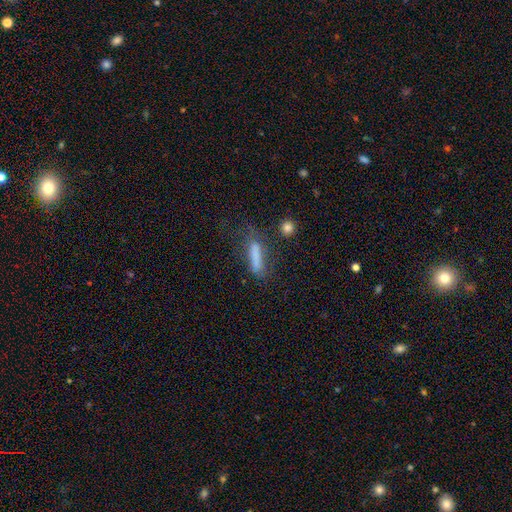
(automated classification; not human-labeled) A smooth galaxy with no disk features (73%) that is cigar-shaped (78%). Merging: none (55%).